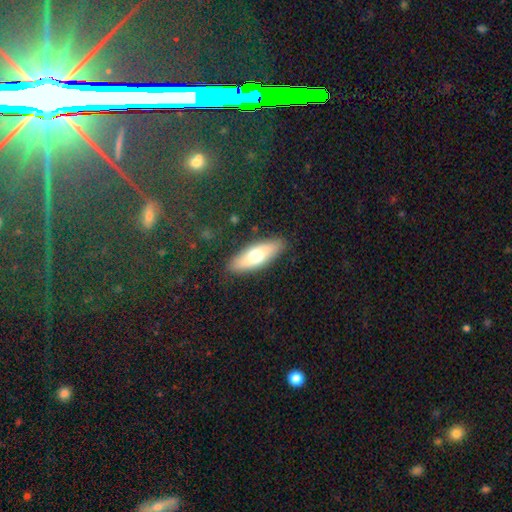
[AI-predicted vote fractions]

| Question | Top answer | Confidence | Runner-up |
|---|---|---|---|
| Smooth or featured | smooth | 61% | featured or disk (33%) |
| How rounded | in between | 62% | cigar-shaped (36%) |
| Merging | none | 87% | minor disturbance (9%) |